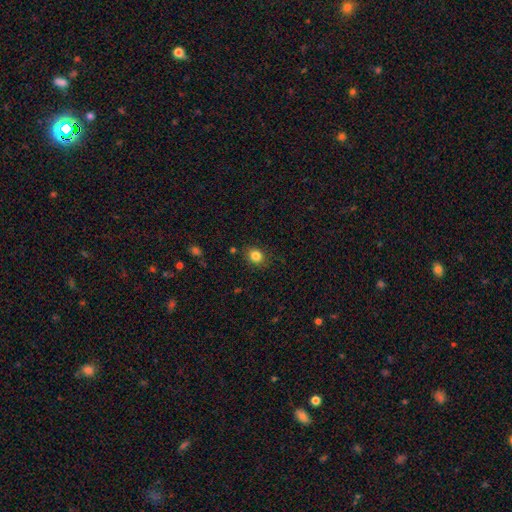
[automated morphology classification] smooth-or-featured: smooth: 84% | star or artifact: 11% | featured or disk: 5%
  how-rounded: round: 66% | in between: 33% | cigar-shaped: 1%
  merging: none: 86% | minor disturbance: 10% | major disturbance: 3% | merger: 2%